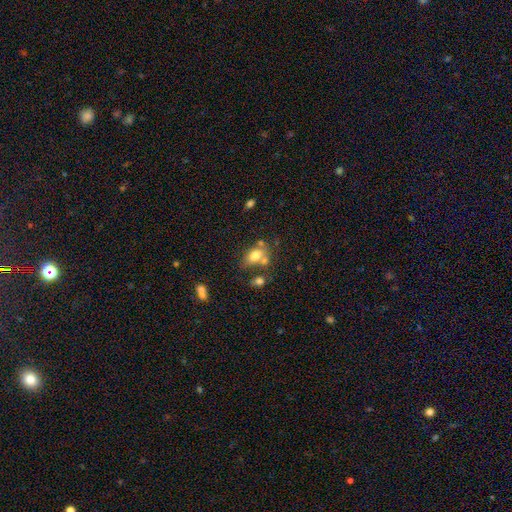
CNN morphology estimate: type=smooth (73%); roundness=in between (77%); merging=none (42%).